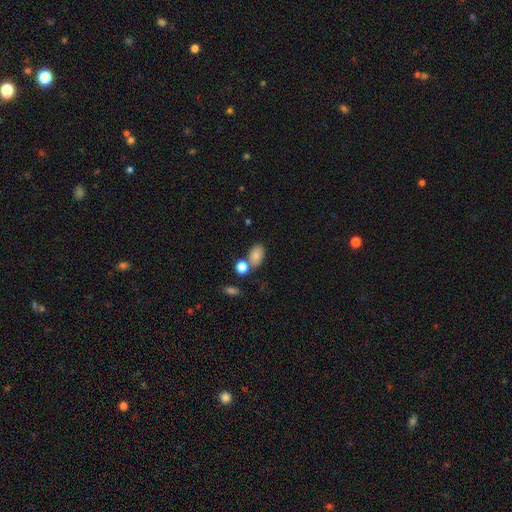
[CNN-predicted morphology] The model was most divided on "merging": none: 60%, merger: 21%, minor disturbance: 14%, major disturbance: 4%. More confident: how rounded — in between (86%); smooth or featured — smooth (82%).